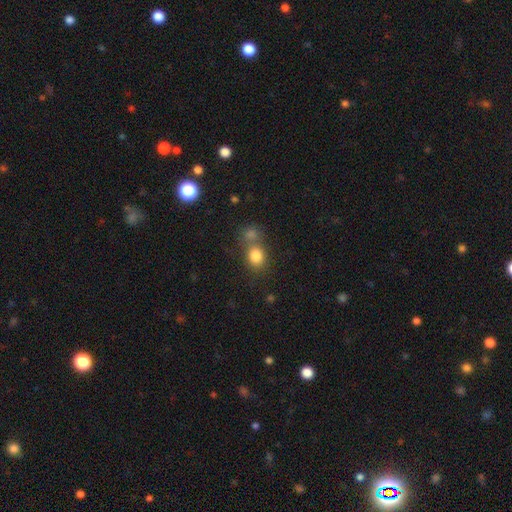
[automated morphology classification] type=smooth (82%); roundness=round (68%); merging=none (48%).